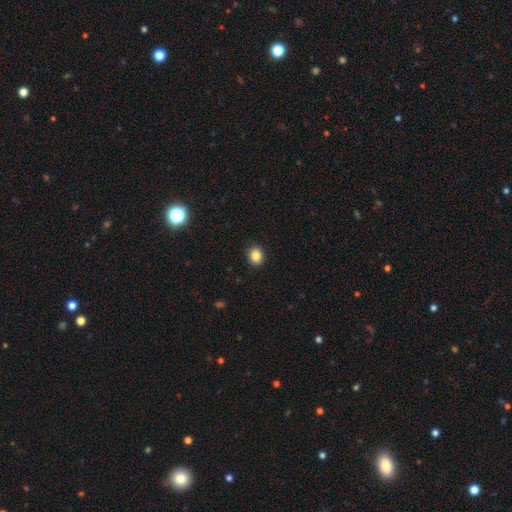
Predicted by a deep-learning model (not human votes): smooth_or_featured: smooth (p=0.86) [alt: star or artifact p=0.09]
how_rounded: round (p=0.54) [alt: in between p=0.45]
merging: none (p=0.90) [alt: minor disturbance p=0.07]